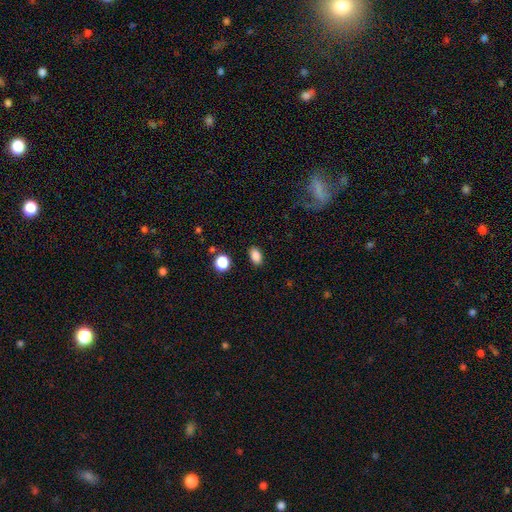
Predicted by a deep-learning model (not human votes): Q: Smooth or featured?
A: smooth (86%); runner-up: star or artifact (10%)
Q: How rounded?
A: in between (86%); runner-up: round (12%)
Q: Merging?
A: none (87%); runner-up: minor disturbance (9%)